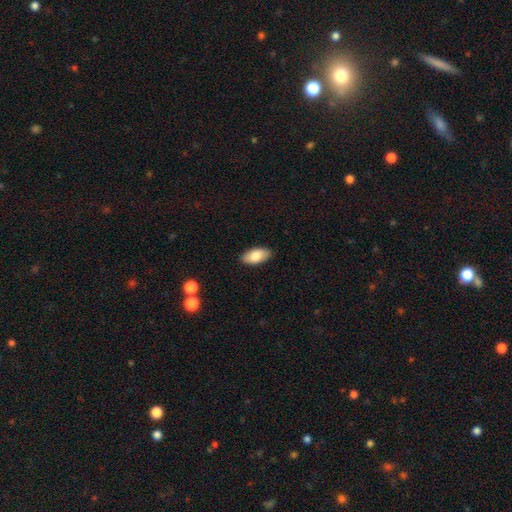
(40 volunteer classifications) Volunteers were most divided on "smooth or featured": smooth: 80%, featured or disk: 15%, star or artifact: 5%. More confident: how rounded — in between (97%); merging — none (92%).